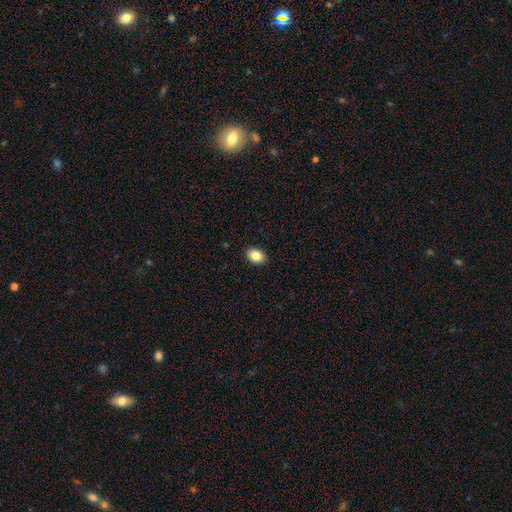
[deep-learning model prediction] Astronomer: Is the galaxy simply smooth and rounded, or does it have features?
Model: smooth — 85%.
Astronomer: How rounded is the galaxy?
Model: in between — 72%.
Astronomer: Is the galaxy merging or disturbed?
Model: none — 90%.